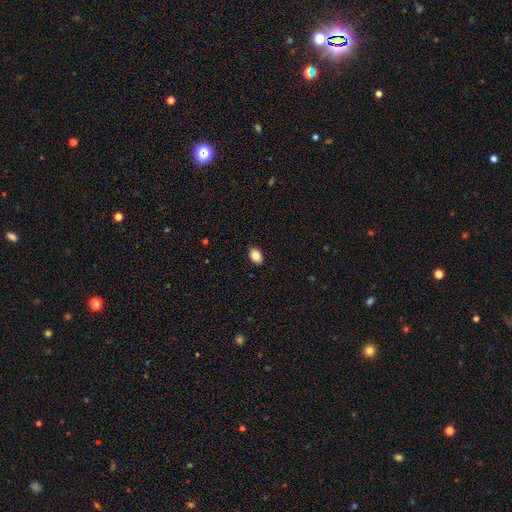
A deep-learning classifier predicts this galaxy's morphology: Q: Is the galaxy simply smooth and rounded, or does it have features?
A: smooth — 84%.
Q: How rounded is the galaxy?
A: in between — 75%.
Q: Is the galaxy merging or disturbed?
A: none — 90%.